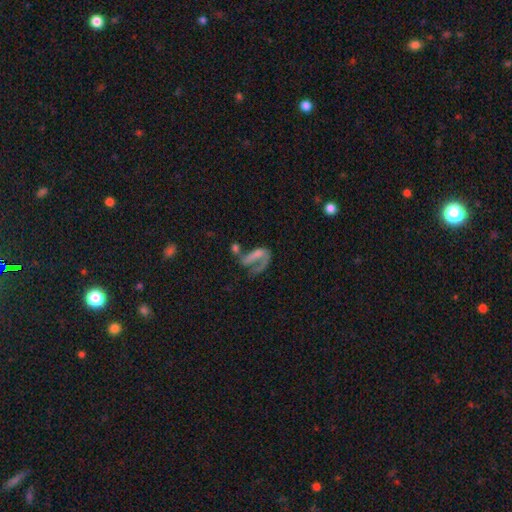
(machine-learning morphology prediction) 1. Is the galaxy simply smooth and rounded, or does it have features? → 52% featured or disk, 36% smooth, 13% star or artifact.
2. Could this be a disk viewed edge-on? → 94% no, 6% yes.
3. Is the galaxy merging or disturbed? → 40% major disturbance, 27% merger, 22% none, 11% minor disturbance.